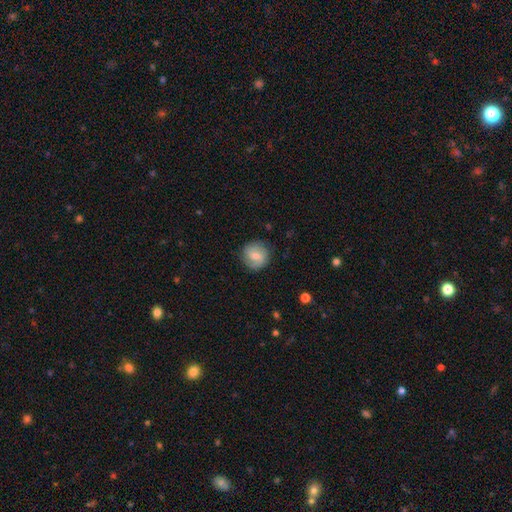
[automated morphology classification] smooth_or_featured: smooth (p=0.57) [alt: featured or disk p=0.36]
how_rounded: round (p=0.90) [alt: in between p=0.09]
merging: none (p=0.84) [alt: minor disturbance p=0.12]